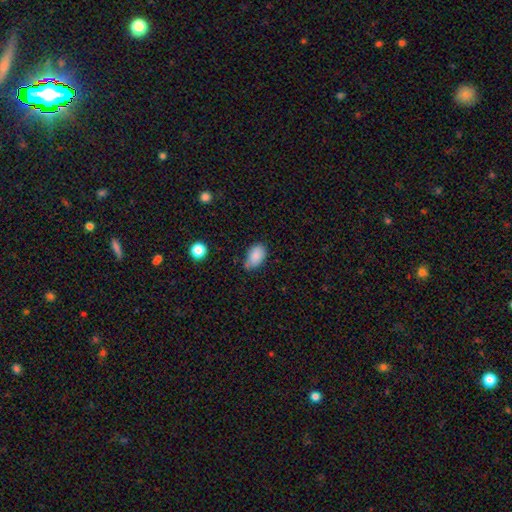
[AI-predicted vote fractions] This is clearly a smooth galaxy (86%). How rounded: clearly in between (88%). Merging: possibly none (57%).